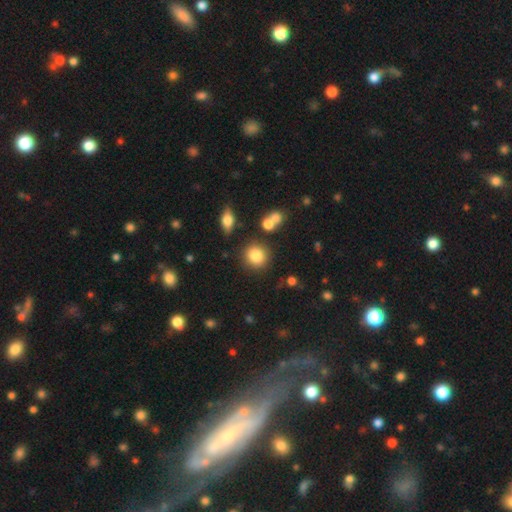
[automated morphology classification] smooth-or-featured: smooth: 83% | star or artifact: 10% | featured or disk: 7%
  how-rounded: round: 85% | in between: 13% | cigar-shaped: 1%
  merging: none: 81% | minor disturbance: 10% | merger: 6% | major disturbance: 3%